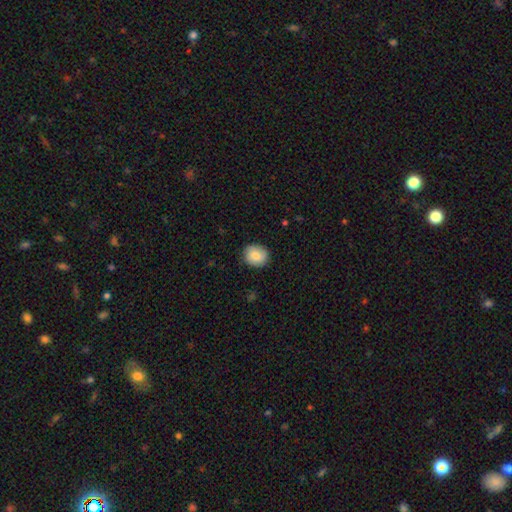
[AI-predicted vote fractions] smooth 80%, featured or disk 12%, star or artifact 7%. Down the decision tree: how rounded — round (78%); merging — none (86%).